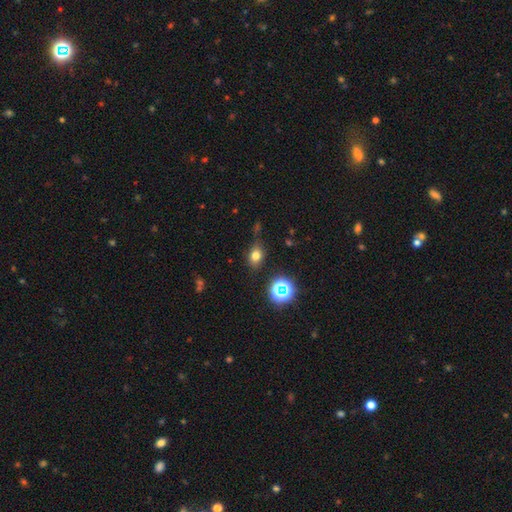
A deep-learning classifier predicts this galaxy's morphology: Smooth or featured? Predicted: smooth (p=0.71). How rounded? Predicted: in between (p=0.58). Merging? Predicted: none (p=0.71).